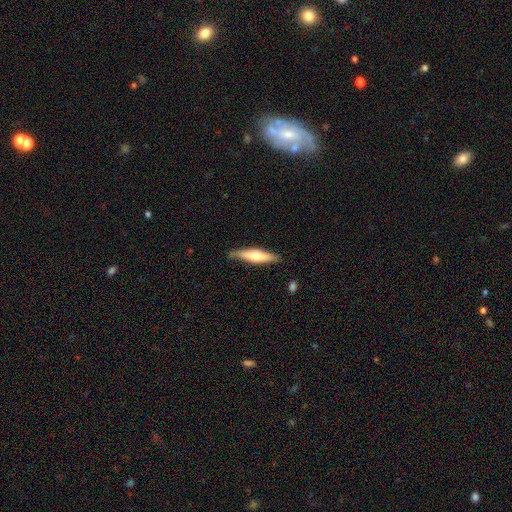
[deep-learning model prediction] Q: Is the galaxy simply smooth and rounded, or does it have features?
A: smooth — 50%.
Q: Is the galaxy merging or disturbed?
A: none — 83%.